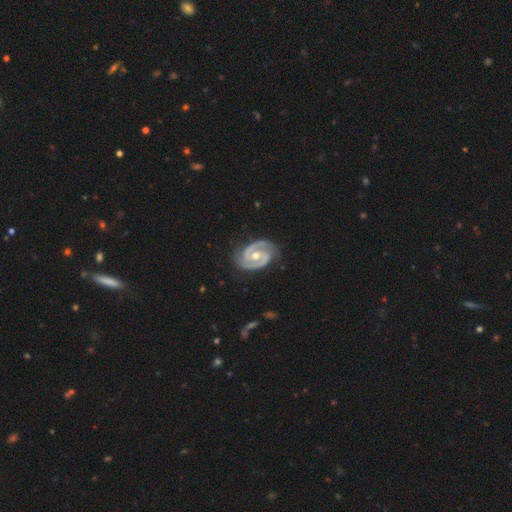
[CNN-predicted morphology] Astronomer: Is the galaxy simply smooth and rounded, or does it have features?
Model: featured or disk — 93%.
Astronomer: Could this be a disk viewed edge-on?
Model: no — 98%.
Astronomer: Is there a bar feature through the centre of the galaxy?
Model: no — 46% (runner-up: weak, 37%).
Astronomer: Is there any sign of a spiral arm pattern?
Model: yes — 98%.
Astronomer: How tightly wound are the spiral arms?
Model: tight — 51% (runner-up: medium, 42%).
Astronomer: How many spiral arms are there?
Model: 2 — 93%.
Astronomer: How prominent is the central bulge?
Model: moderate — 73%.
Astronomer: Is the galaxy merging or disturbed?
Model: none — 82%.